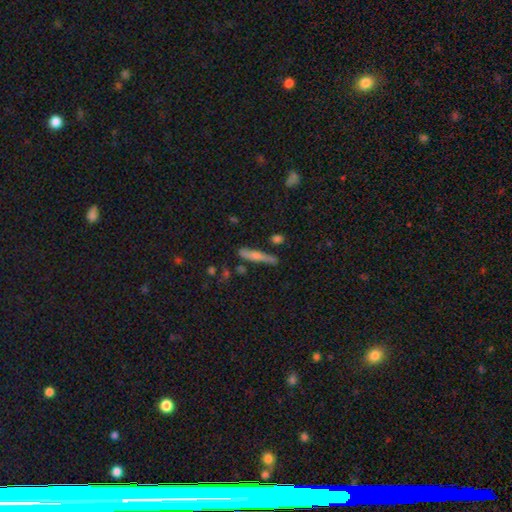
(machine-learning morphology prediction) The model was most divided on "smooth or featured": smooth: 60%, featured or disk: 33%, star or artifact: 7%. More confident: how rounded — cigar-shaped (88%); merging — none (69%).